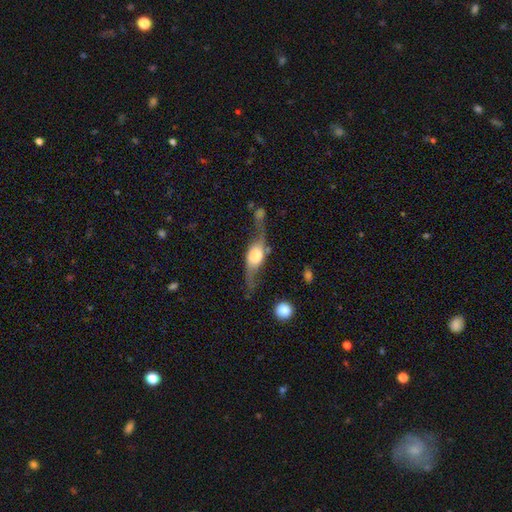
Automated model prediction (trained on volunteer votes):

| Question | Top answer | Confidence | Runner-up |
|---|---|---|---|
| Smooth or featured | featured or disk | 74% | smooth (20%) |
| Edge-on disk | no | 57% | yes (43%) |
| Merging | none | 47% | minor disturbance (24%) |